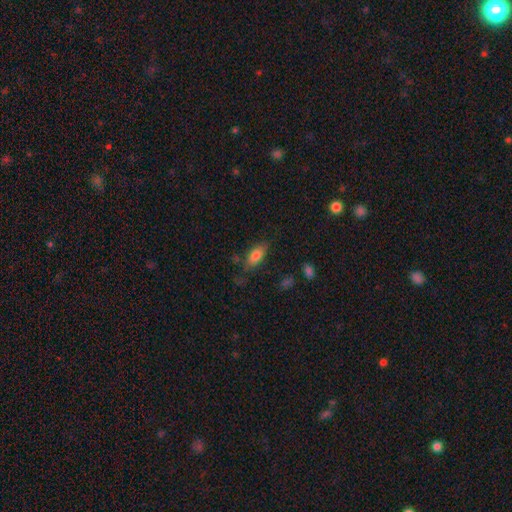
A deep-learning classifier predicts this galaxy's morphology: Overall: smooth (80%). How rounded: in between (87%). Merging: none (67%).